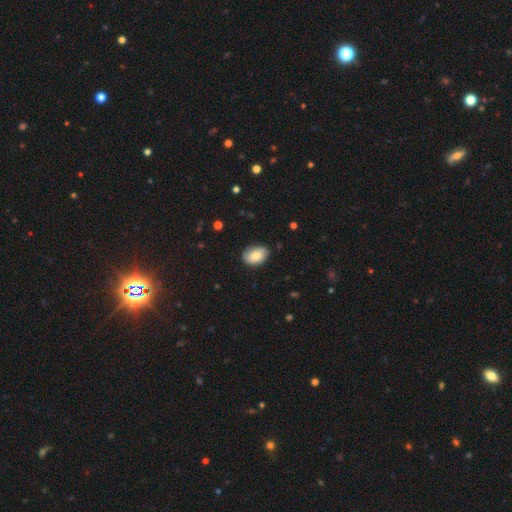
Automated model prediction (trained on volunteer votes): The model was most divided on "merging": none: 77%, minor disturbance: 19%, major disturbance: 3%, merger: 1%. More confident: how rounded — in between (86%); smooth or featured — smooth (79%).